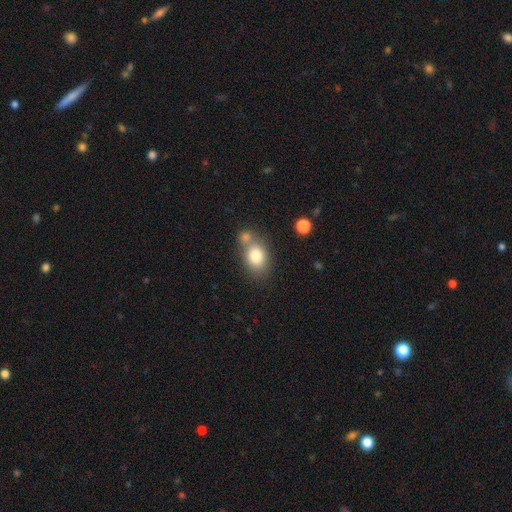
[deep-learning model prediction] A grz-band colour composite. It shows a smooth galaxy with no disk features (80%) that is in between round and cigar-shaped (67%). Merging: none (46%).